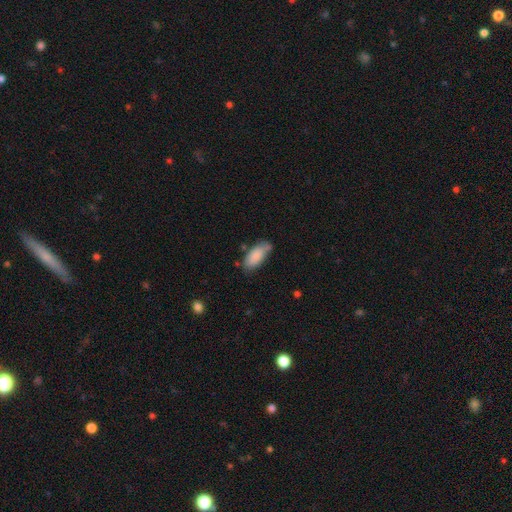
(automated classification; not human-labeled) smooth-or-featured: smooth: 86% | featured or disk: 8% | star or artifact: 6%
  how-rounded: in between: 88% | cigar-shaped: 10% | round: 2%
  merging: none: 63% | minor disturbance: 24% | merger: 7% | major disturbance: 5%